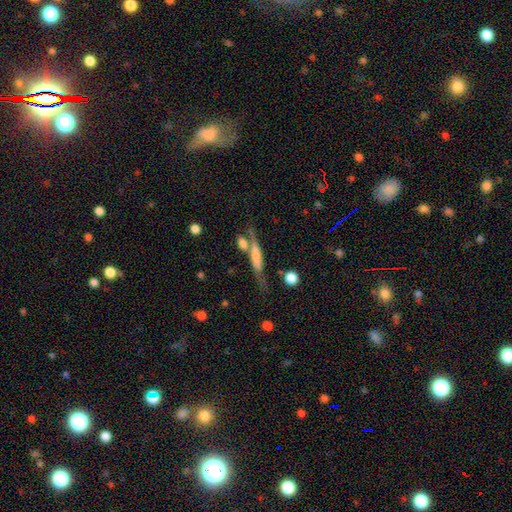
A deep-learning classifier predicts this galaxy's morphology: Q: Smooth or featured?
A: smooth (52%); runner-up: featured or disk (40%)
Q: How rounded?
A: cigar-shaped (82%); runner-up: in between (13%)
Q: Merging?
A: none (54%); runner-up: merger (21%)